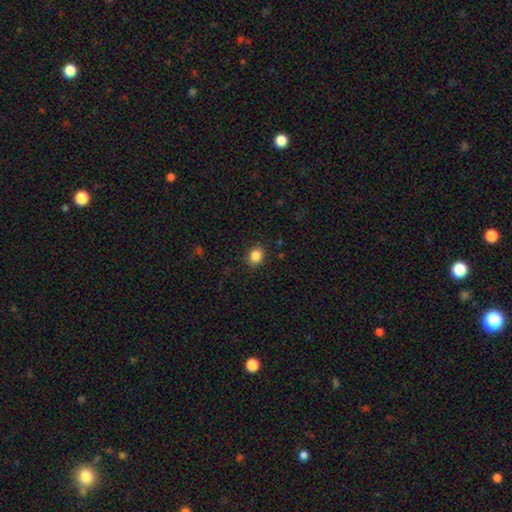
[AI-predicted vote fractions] Q: Smooth or featured?
A: smooth (86%); runner-up: star or artifact (10%)
Q: How rounded?
A: round (64%); runner-up: in between (35%)
Q: Merging?
A: none (88%); runner-up: minor disturbance (8%)